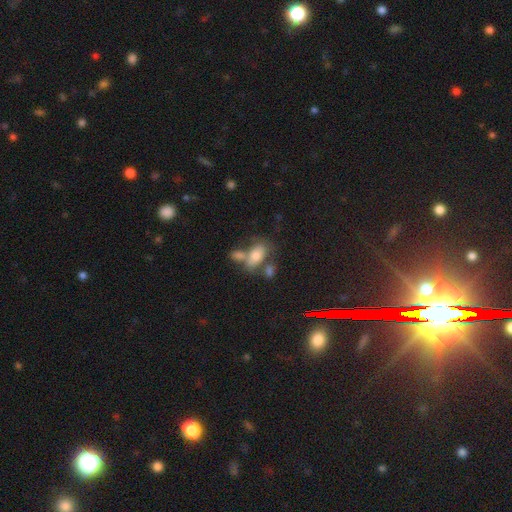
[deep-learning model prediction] Smooth or featured?
  - smooth: 68% *
  - featured or disk: 22%
  - star or artifact: 10%
How rounded?
  - in between: 87% *
  - round: 10%
  - cigar-shaped: 3%
Merging?
  - merger: 40% *
  - none: 35%
  - minor disturbance: 15%
  - major disturbance: 9%